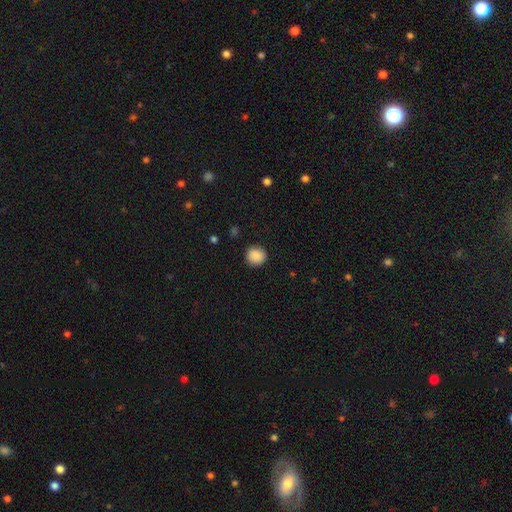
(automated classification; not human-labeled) The model was most divided on "how rounded": round: 87%, in between: 12%, cigar-shaped: 1%. More confident: merging — none (89%); smooth or featured — smooth (89%).